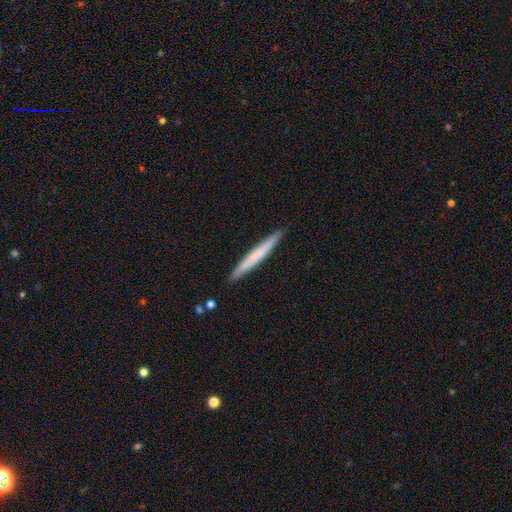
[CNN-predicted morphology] Q: Smooth or featured?
A: smooth (62%); runner-up: featured or disk (33%)
Q: How rounded?
A: cigar-shaped (97%); runner-up: in between (2%)
Q: Merging?
A: none (92%); runner-up: minor disturbance (6%)